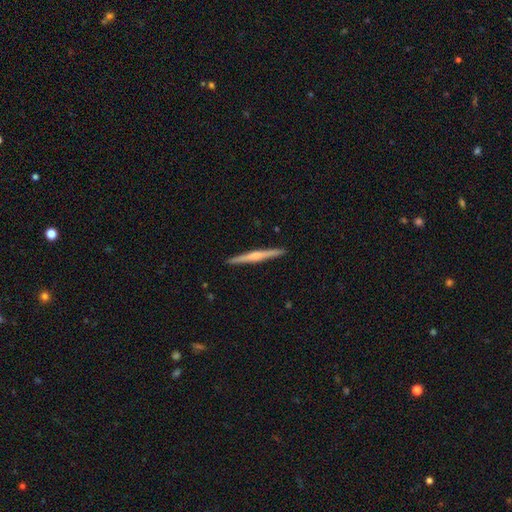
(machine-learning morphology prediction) featured or disk 64%, smooth 31%, star or artifact 5%. Down the decision tree: edge-on disk — yes (98%); edge-on bulge — rounded (65%); merging — none (93%).